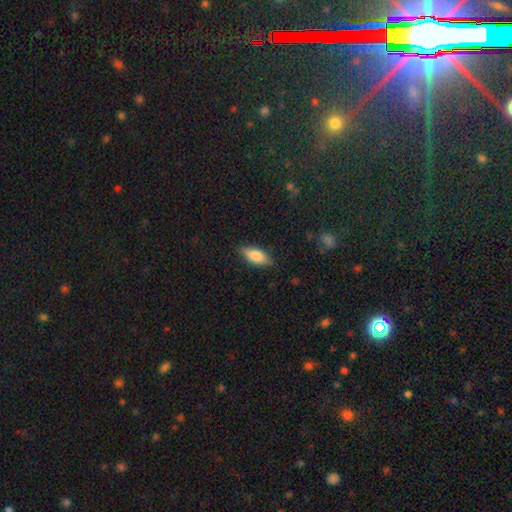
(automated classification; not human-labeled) smooth_or_featured: smooth (p=0.77) [alt: featured or disk p=0.16]
how_rounded: in between (p=0.78) [alt: cigar-shaped p=0.20]
merging: none (p=0.83) [alt: minor disturbance p=0.13]